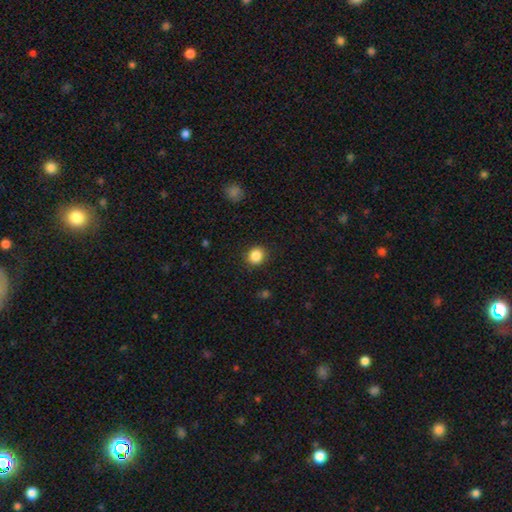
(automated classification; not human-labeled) Smooth or featured? Predicted: smooth (p=0.86). How rounded? Predicted: round (p=0.83). Merging? Predicted: none (p=0.90).